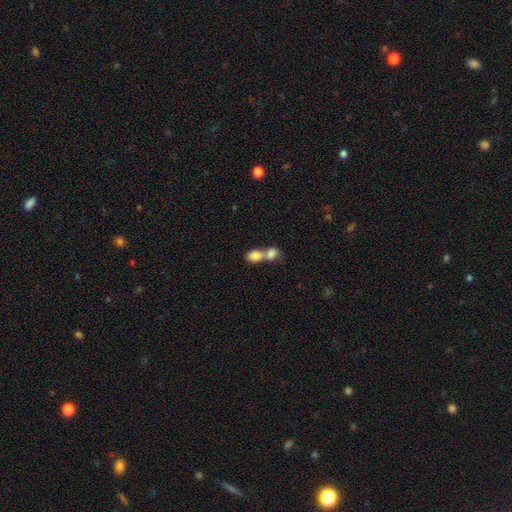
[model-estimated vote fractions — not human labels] A smooth galaxy with no disk features (82%) that is in between round and cigar-shaped (75%).

Vote fractions:
- Smooth or featured? smooth: 82% / featured or disk: 10% / star or artifact: 8%
- How rounded? in between: 75% / round: 23% / cigar-shaped: 2%
- Merging? merger: 73% / none: 19% / minor disturbance: 5% / major disturbance: 3%